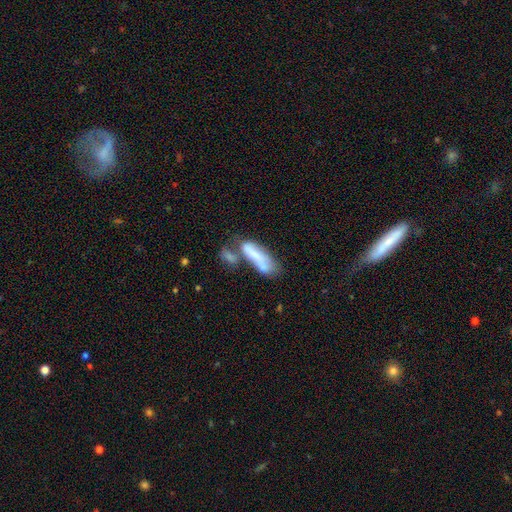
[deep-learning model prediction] smooth-or-featured: smooth: 60% | featured or disk: 31% | star or artifact: 9%
  how-rounded: cigar-shaped: 50% | in between: 47% | round: 3%
  merging: merger: 50% | none: 20% | major disturbance: 15% | minor disturbance: 14%